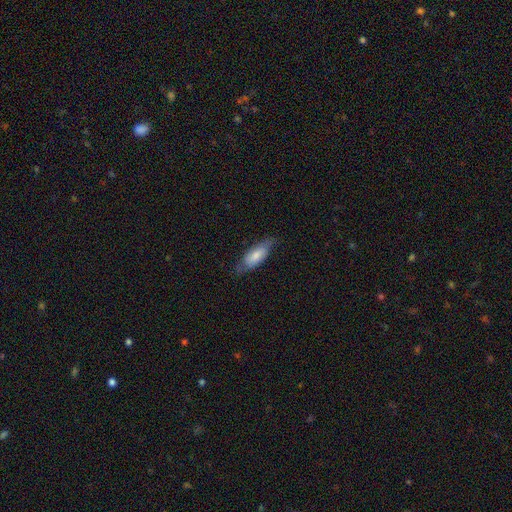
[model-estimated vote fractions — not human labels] smooth 70%, featured or disk 24%, star or artifact 6%. Down the decision tree: how rounded — in between (70%); merging — none (68%).